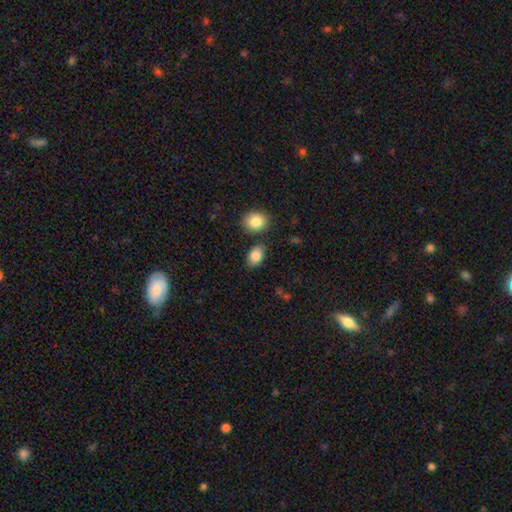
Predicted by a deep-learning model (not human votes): This appears to be a smooth galaxy with no disk features (86%) that is in between round and cigar-shaped (85%). Merging: none (78%).